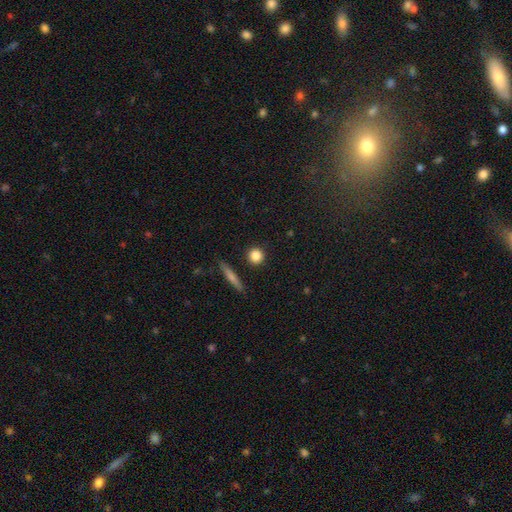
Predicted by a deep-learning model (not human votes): Morphology: type=smooth (84%); roundness=round (90%); merging=none (90%).